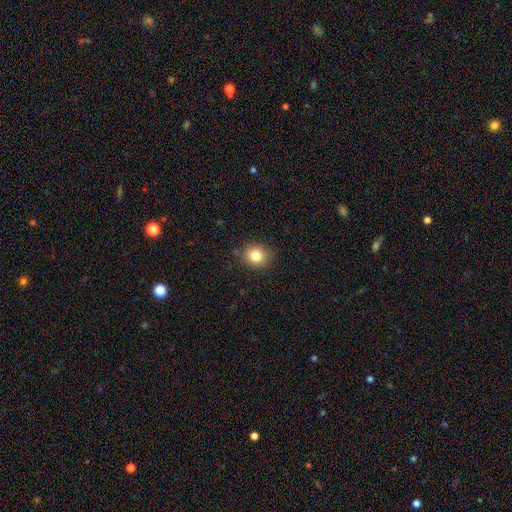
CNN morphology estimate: This is clearly a smooth galaxy (81%). How rounded: likely round (71%). Merging: clearly none (86%).